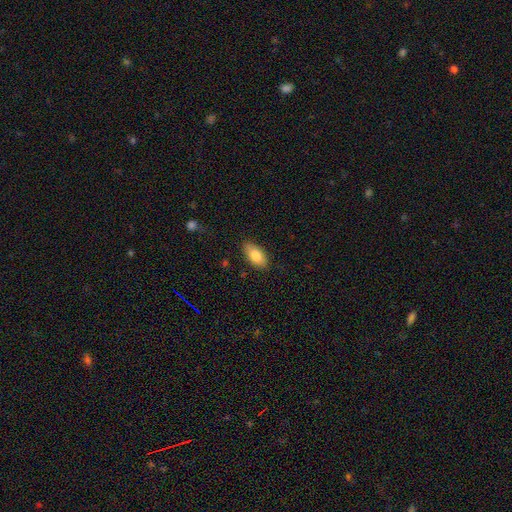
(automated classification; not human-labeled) The model was most divided on "smooth or featured": smooth: 82%, featured or disk: 12%, star or artifact: 7%. More confident: how rounded — in between (93%); merging — none (84%).